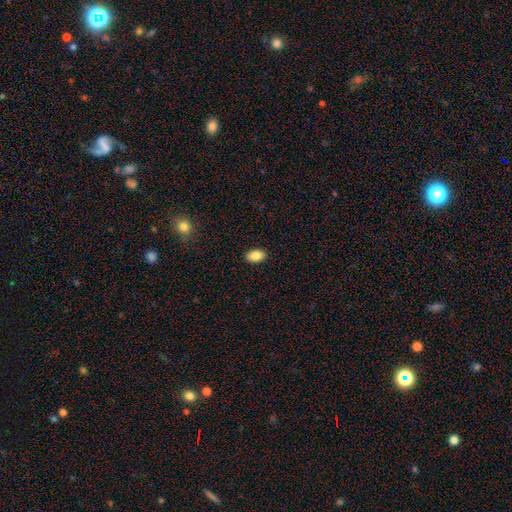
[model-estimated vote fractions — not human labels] The model was most divided on "smooth or featured": smooth: 87%, star or artifact: 8%, featured or disk: 5%. More confident: how rounded — in between (91%); merging — none (90%).